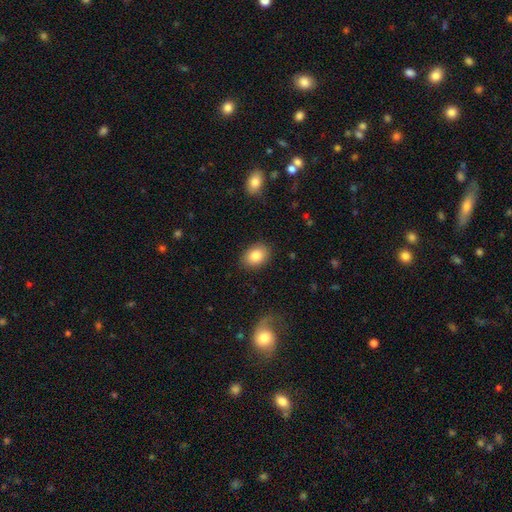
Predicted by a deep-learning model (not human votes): A smooth galaxy with no disk features (84%) that is in between round and cigar-shaped (70%). Merging: none (87%).